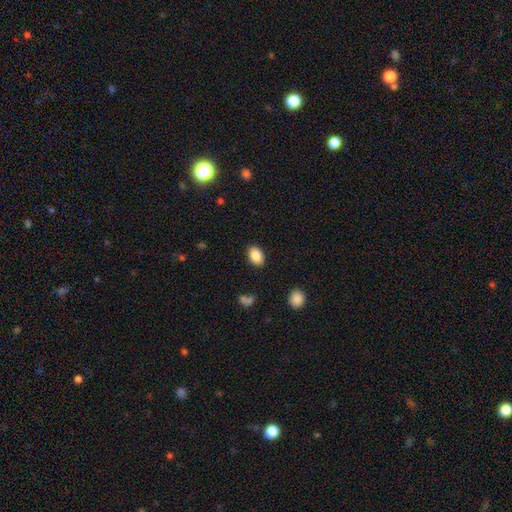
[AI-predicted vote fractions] Smooth or featured? Predicted: smooth (p=0.87). How rounded? Predicted: in between (p=0.85). Merging? Predicted: none (p=0.87).